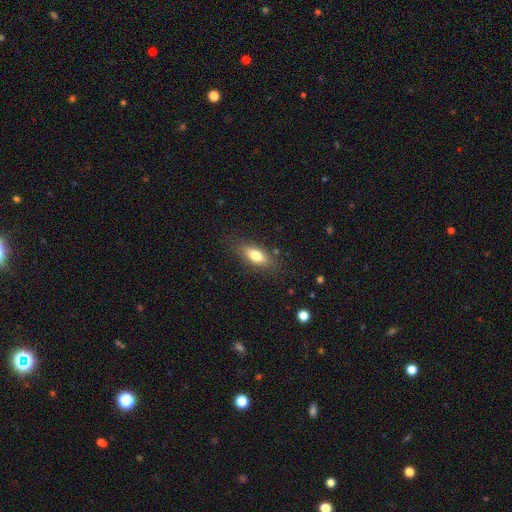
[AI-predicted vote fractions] A smooth galaxy with no disk features (75%) that is in between round and cigar-shaped (76%).

Vote fractions:
- Smooth or featured? smooth: 75% / featured or disk: 17% / star or artifact: 8%
- How rounded? in between: 76% / cigar-shaped: 20% / round: 4%
- Merging? none: 81% / minor disturbance: 14% / major disturbance: 4% / merger: 1%